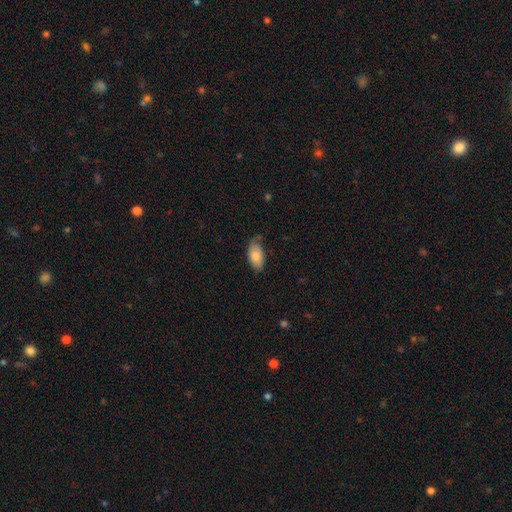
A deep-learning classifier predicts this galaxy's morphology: Smooth or featured? smooth (85%)
How rounded? in between (94%)
Merging? none (68%)